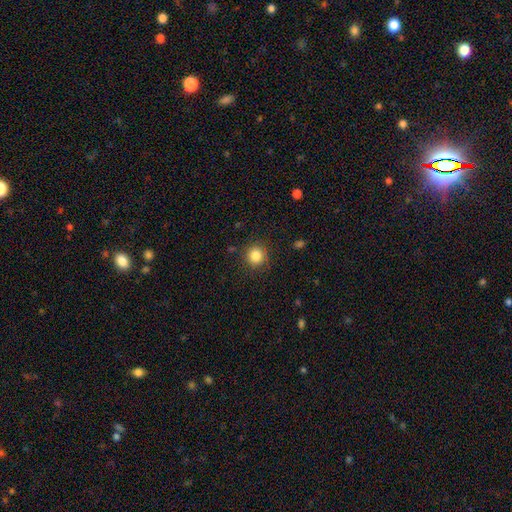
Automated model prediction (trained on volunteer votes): Overall: smooth (84%). How rounded: round (93%). Merging: none (87%).